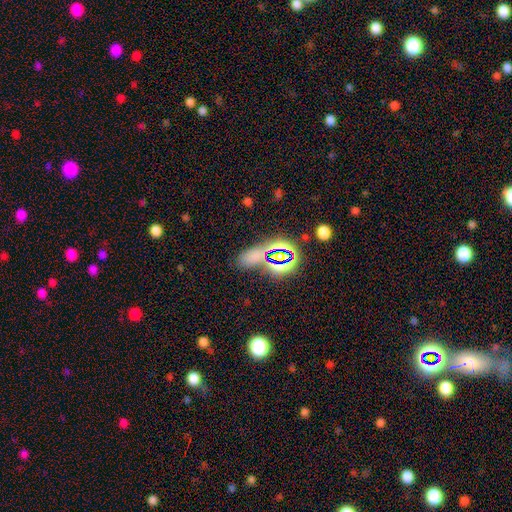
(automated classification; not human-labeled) smooth 49%, star or artifact 41%, featured or disk 9%. Down the decision tree: merging — none (63%).